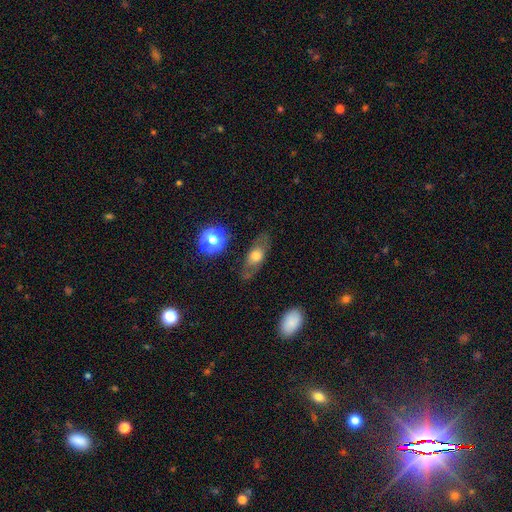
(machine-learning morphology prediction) Q: Smooth or featured?
A: smooth (55%); runner-up: featured or disk (35%)
Q: How rounded?
A: in between (62%); runner-up: cigar-shaped (21%)
Q: Merging?
A: none (76%); runner-up: minor disturbance (15%)